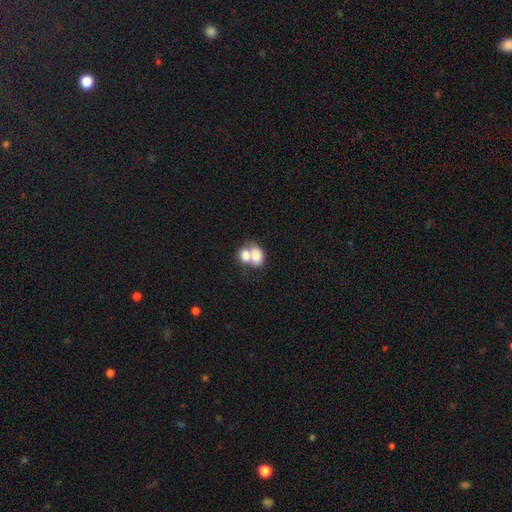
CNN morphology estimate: smooth 74%, featured or disk 18%, star or artifact 8%. Down the decision tree: how rounded — in between (72%); merging — merger (69%).